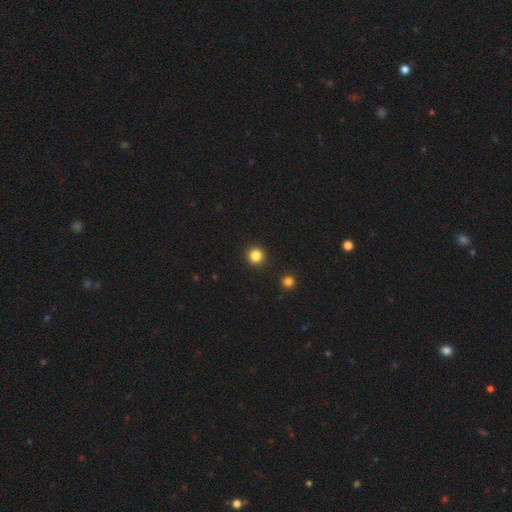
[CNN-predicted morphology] A smooth galaxy with no disk features (83%) that is round (95%). Merging: none (93%).